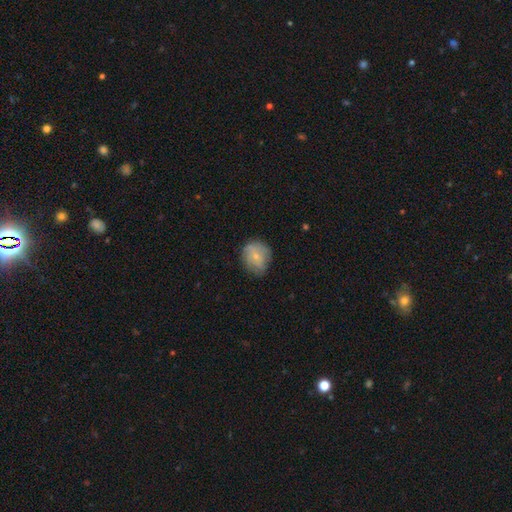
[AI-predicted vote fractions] Morphology: type=smooth (56%); roundness=round (70%); merging=none (69%).